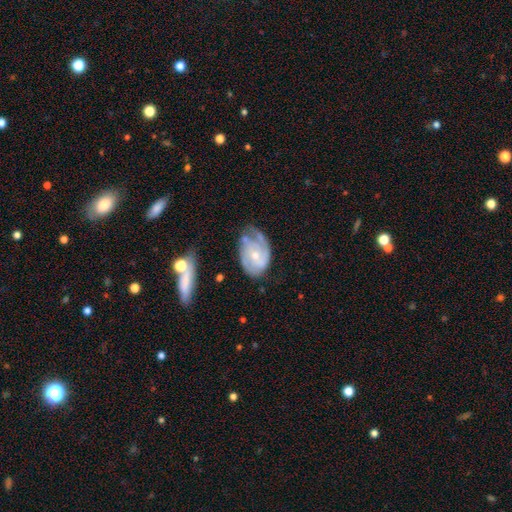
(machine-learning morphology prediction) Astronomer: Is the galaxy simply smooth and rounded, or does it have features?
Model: featured or disk — 74%.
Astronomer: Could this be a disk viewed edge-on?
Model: no — 96%.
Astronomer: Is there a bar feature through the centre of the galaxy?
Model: no — 70%.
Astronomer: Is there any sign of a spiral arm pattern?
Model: yes — 86%.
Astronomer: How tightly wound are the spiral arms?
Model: tight — 52% (runner-up: medium, 35%).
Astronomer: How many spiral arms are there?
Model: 2 — 37% (runner-up: can't tell, 33%).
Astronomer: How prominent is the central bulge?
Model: small — 56% (runner-up: moderate, 40%).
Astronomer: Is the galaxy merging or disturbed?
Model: none — 47% (runner-up: minor disturbance, 31%).